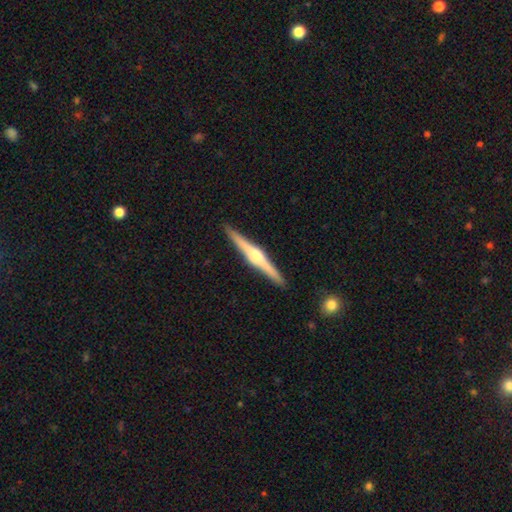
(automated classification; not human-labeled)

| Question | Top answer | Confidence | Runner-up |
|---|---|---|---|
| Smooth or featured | featured or disk | 79% | smooth (16%) |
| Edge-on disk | yes | 99% | no (1%) |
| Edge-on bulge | rounded | 89% | boxy (7%) |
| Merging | none | 92% | minor disturbance (6%) |